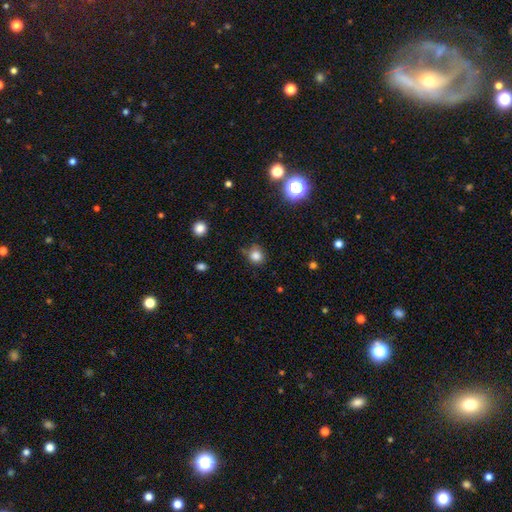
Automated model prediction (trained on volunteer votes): A smooth galaxy with no disk features (81%) that is round (85%). Merging: none (73%).